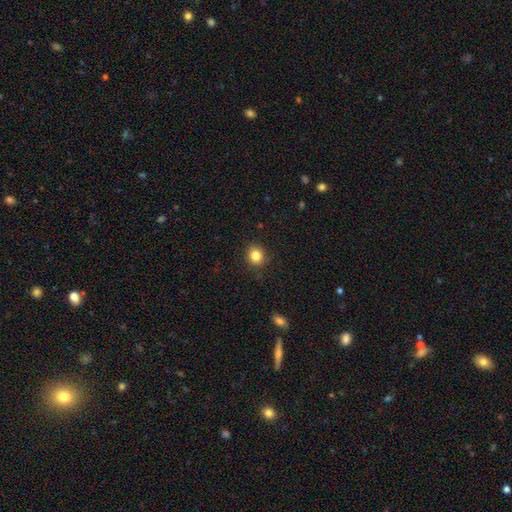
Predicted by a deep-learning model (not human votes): This is clearly a smooth galaxy (84%). How rounded: clearly round (81%). Merging: clearly none (89%).